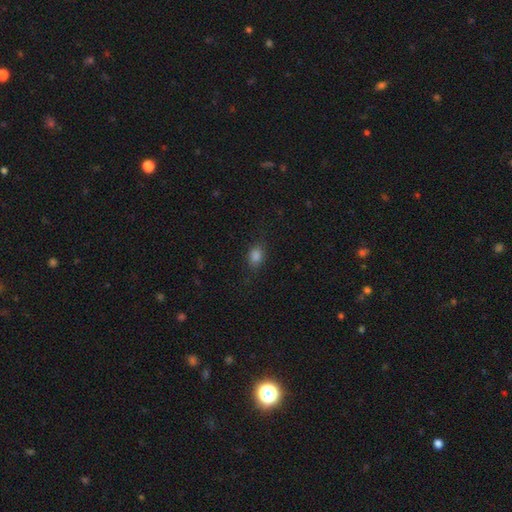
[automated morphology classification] Smooth or featured: smooth — 80% (star or artifact — 14%)
How rounded: in between — 60% (round — 37%)
Merging: none — 79% (minor disturbance — 15%)